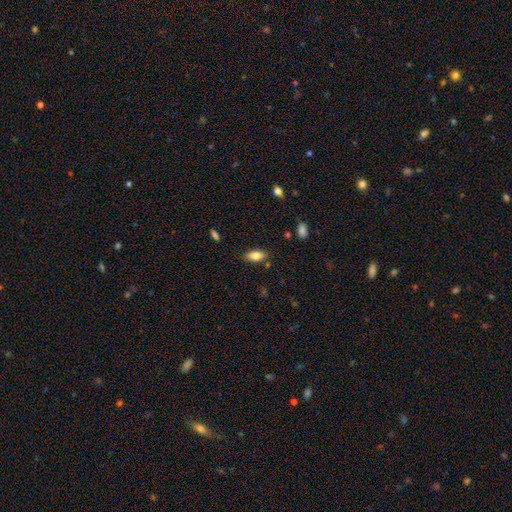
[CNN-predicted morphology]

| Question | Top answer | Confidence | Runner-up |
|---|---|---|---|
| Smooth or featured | smooth | 78% | featured or disk (14%) |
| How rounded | in between | 83% | cigar-shaped (14%) |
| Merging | none | 85% | minor disturbance (11%) |